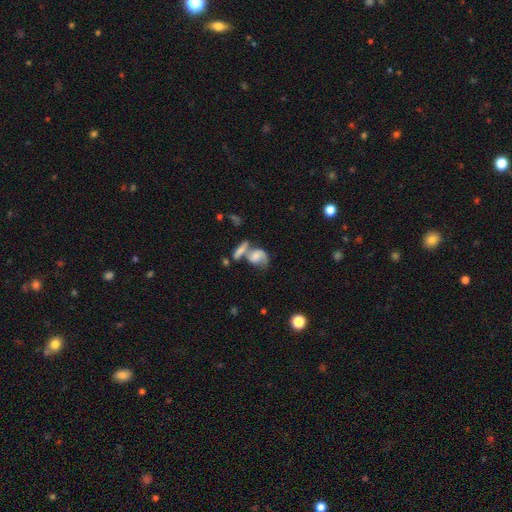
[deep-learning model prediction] A featured or disk galaxy (50%).

Vote fractions:
- Smooth or featured? featured or disk: 50% / smooth: 39% / star or artifact: 11%
- Edge-on disk? no: 94% / yes: 6%
- Merging? merger: 44% / none: 27% / major disturbance: 15% / minor disturbance: 14%